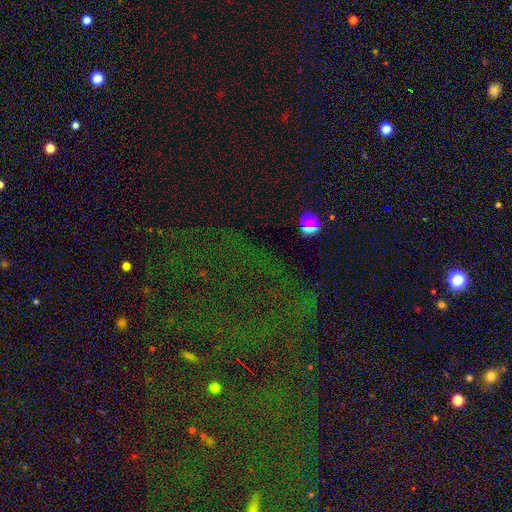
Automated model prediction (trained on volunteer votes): The model was most divided on "smooth or featured": star or artifact: 81%, smooth: 11%, featured or disk: 8%.